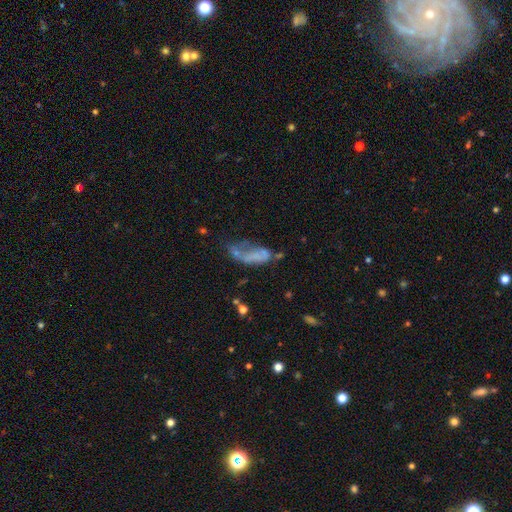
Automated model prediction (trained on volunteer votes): smooth-or-featured: smooth: 44% | featured or disk: 41% | star or artifact: 15%
  merging: major disturbance: 36% | merger: 23% | none: 23% | minor disturbance: 19%